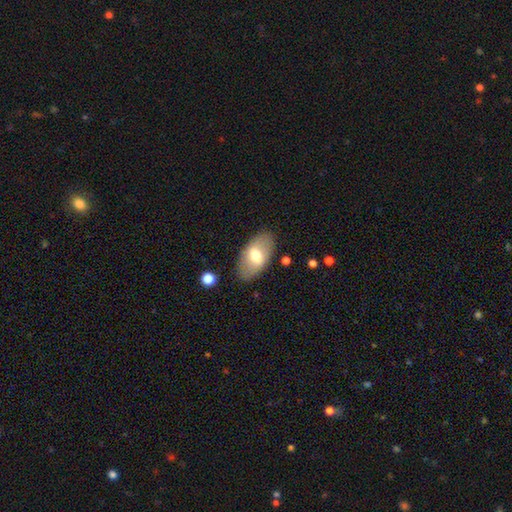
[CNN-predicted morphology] Overall: smooth (61%; featured or disk 32%). How rounded: in between (93%). Merging: none (84%).